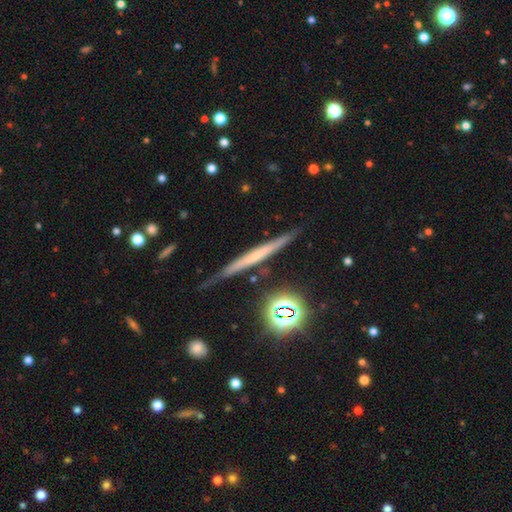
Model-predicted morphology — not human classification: A featured or disk galaxy (54%) viewed edge-on (95%) with no central bulge (69%).

Vote fractions:
- Smooth or featured? featured or disk: 54% / smooth: 34% / star or artifact: 12%
- Edge-on disk? yes: 95% / no: 5%
- Edge-on bulge? none: 69% / rounded: 22% / boxy: 9%
- Merging? none: 80% / minor disturbance: 14% / major disturbance: 3% / merger: 3%